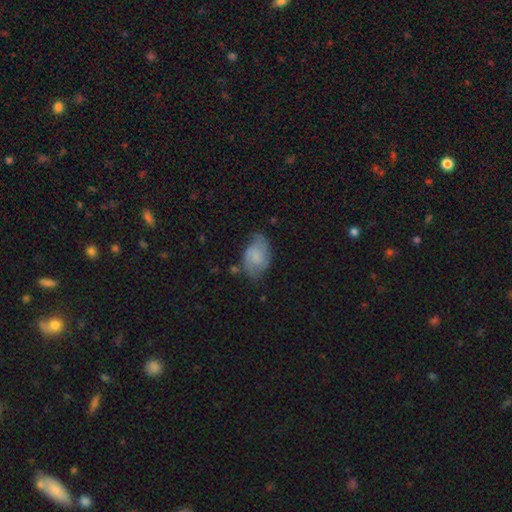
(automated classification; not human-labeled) Smooth or featured? smooth (47%)
Merging? none (53%)